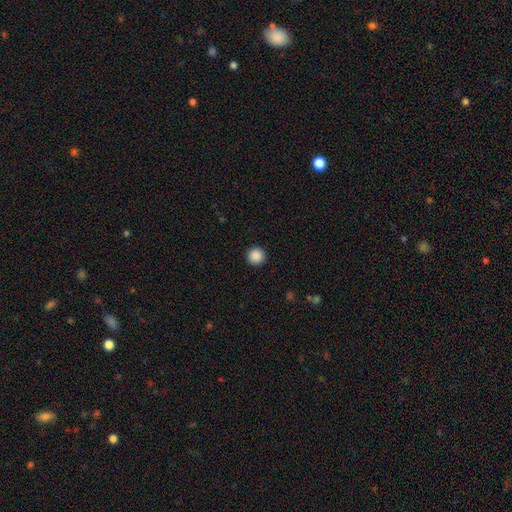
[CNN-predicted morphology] smooth 89%, star or artifact 9%, featured or disk 2%. Down the decision tree: how rounded — round (96%); merging — none (93%).